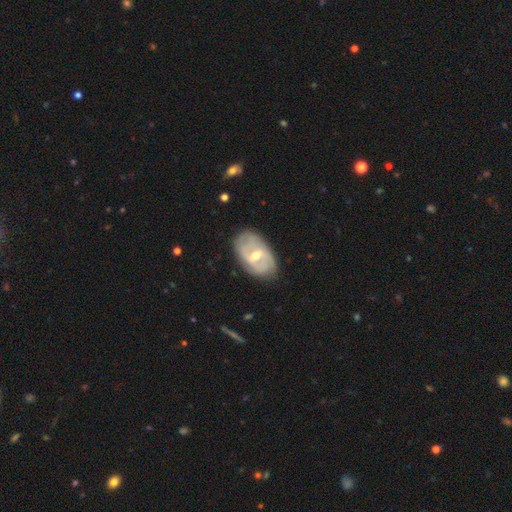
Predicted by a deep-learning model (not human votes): This is likely a featured or disk galaxy (70%). It is clearly not viewed edge-on (94%). Bar: possibly weak (54%). Spiral arm pattern: likely yes (74%). Central bulge: possibly moderate (60%). Merging: likely none (76%).